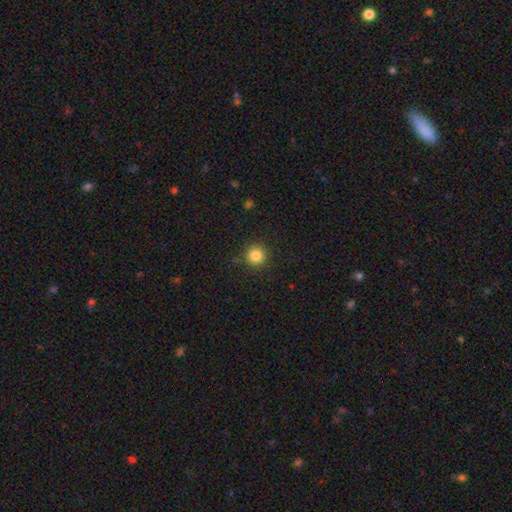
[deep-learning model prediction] A smooth galaxy with no disk features (84%) that is round (95%).

Vote fractions:
- Smooth or featured? smooth: 84% / star or artifact: 11% / featured or disk: 5%
- How rounded? round: 95% / in between: 5% / cigar-shaped: 1%
- Merging? none: 90% / minor disturbance: 7% / major disturbance: 2% / merger: 1%